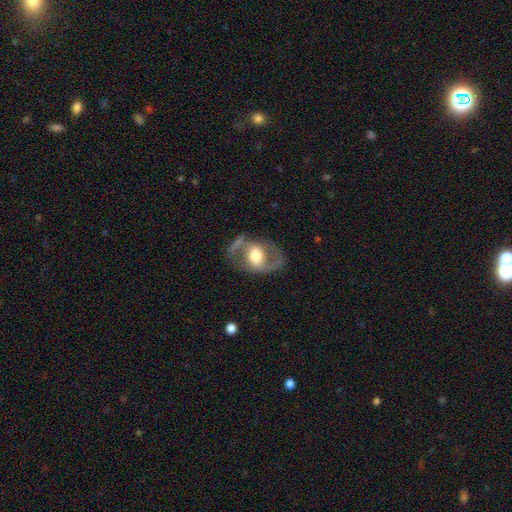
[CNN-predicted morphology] Smooth or featured?
  - featured or disk: 76% *
  - smooth: 18%
  - star or artifact: 5%
Edge-on disk?
  - no: 94% *
  - yes: 6%
Bar?
  - no: 42% *
  - weak: 36%
  - strong: 22%
Spiral arms?
  - yes: 77% *
  - no: 23%
Spiral winding?
  - medium: 50% *
  - loose: 36%
  - tight: 15%
Spiral arm count?
  - 2: 88% *
  - can't tell: 5%
  - 1: 4%
  - 3: 1%
  - 4: 1%
  - more than 4: 1%
Bulge size?
  - moderate: 50% *
  - large: 37%
  - small: 7%
  - dominant: 4%
  - none: 2%
Merging?
  - none: 69% *
  - minor disturbance: 16%
  - major disturbance: 11%
  - merger: 4%